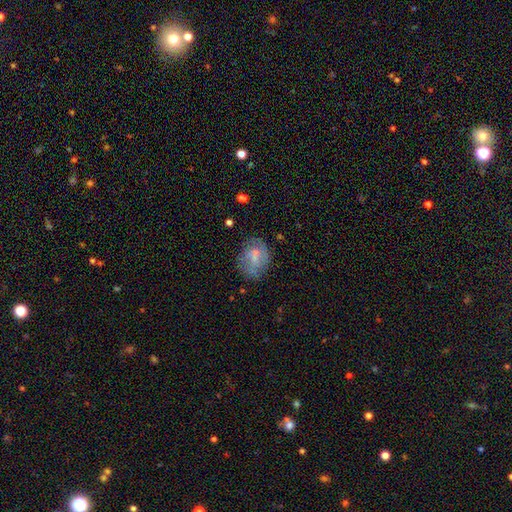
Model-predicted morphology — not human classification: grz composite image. It shows a smooth galaxy with no disk features (47%). Merging: none (59%).